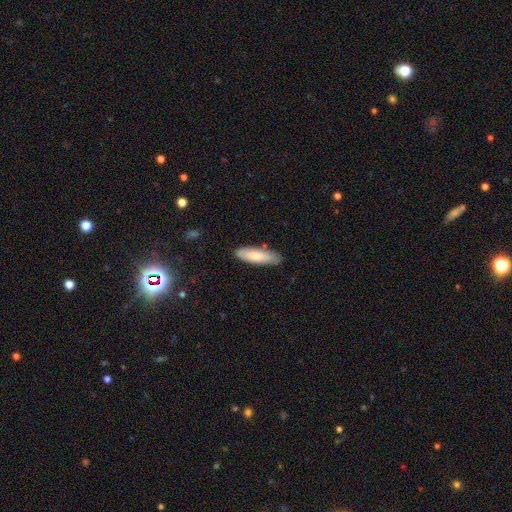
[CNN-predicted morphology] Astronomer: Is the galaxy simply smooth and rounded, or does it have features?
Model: smooth — 77%.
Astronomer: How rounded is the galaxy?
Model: cigar-shaped — 55% (runner-up: in between, 43%).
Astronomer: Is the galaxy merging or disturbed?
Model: none — 81%.